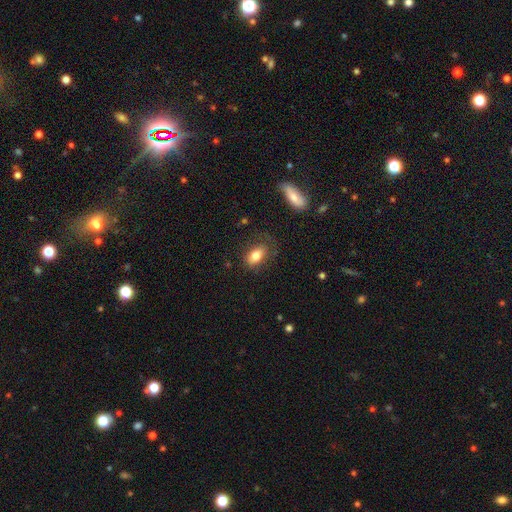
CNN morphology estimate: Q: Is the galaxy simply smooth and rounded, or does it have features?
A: smooth — 79%.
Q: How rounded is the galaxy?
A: in between — 88%.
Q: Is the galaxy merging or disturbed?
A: none — 63%.